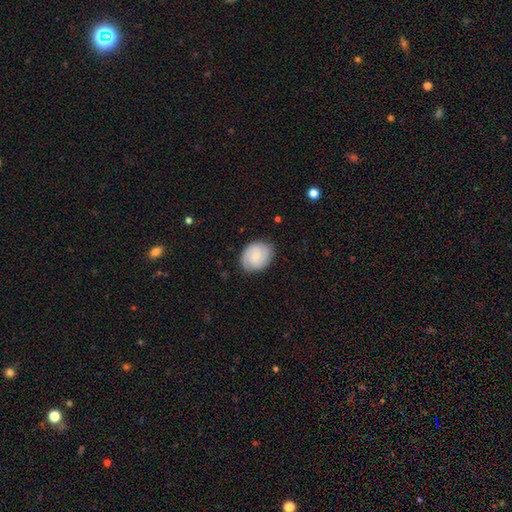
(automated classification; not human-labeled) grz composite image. It shows a featured or disk galaxy (49%). Merging: none (83%).